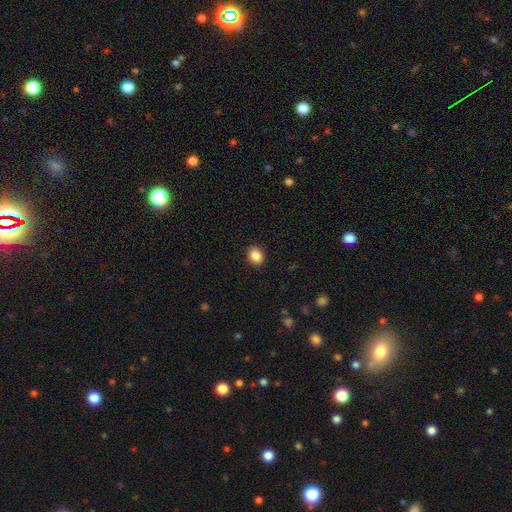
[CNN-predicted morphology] Smooth or featured? smooth (88%)
How rounded? in between (55%)
Merging? none (90%)